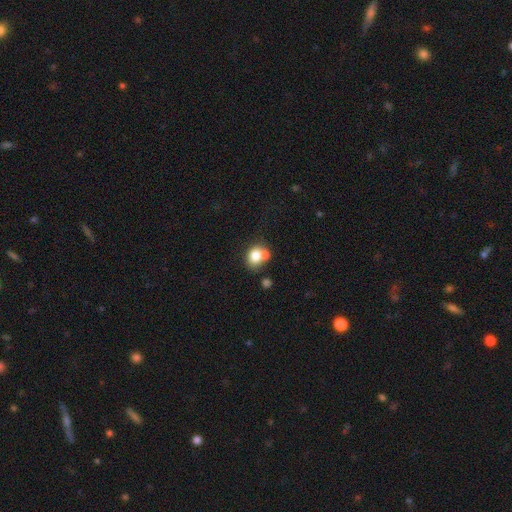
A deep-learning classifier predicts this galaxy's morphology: Smooth or featured? Predicted: smooth (p=0.76). How rounded? Predicted: round (p=0.54). Merging? Predicted: merger (p=0.43).